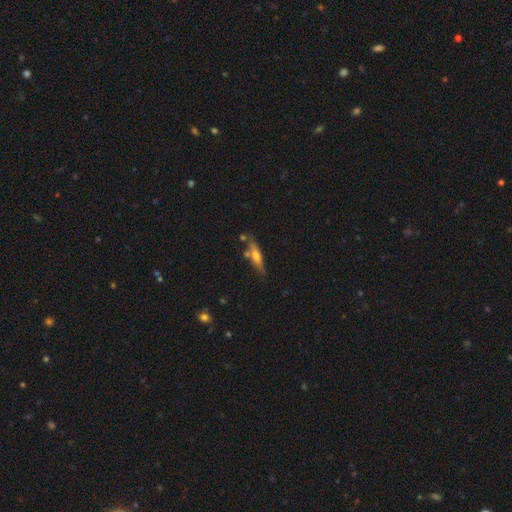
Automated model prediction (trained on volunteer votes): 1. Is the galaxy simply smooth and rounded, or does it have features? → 51% featured or disk, 42% smooth, 7% star or artifact.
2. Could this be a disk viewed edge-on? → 89% yes, 11% no.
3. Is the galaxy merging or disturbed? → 70% none, 16% minor disturbance, 11% merger, 4% major disturbance.